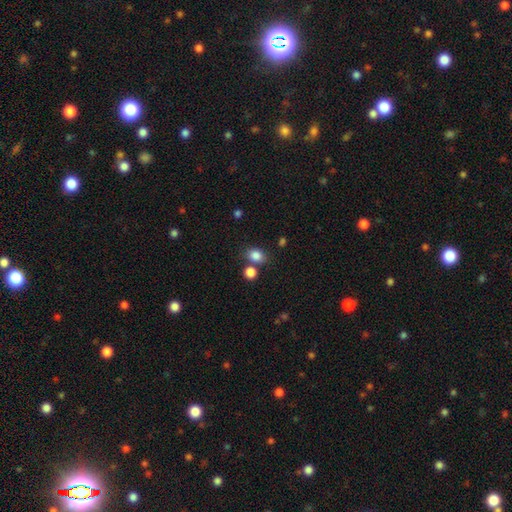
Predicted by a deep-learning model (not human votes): Smooth or featured: smooth — 83% (star or artifact — 11%)
How rounded: in between — 55% (round — 44%)
Merging: none — 65% (merger — 19%)